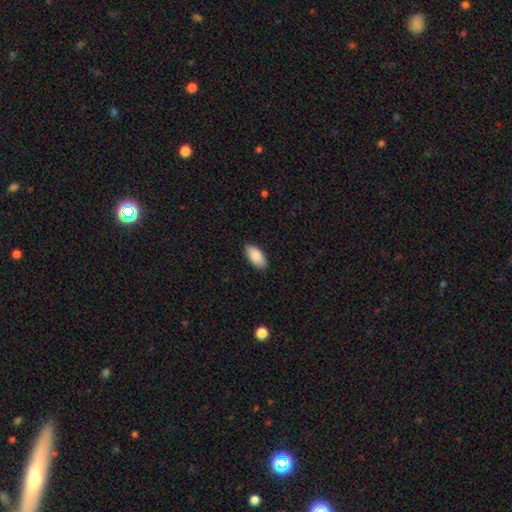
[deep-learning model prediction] Morphology: type=smooth (89%); roundness=in between (94%); merging=none (88%).